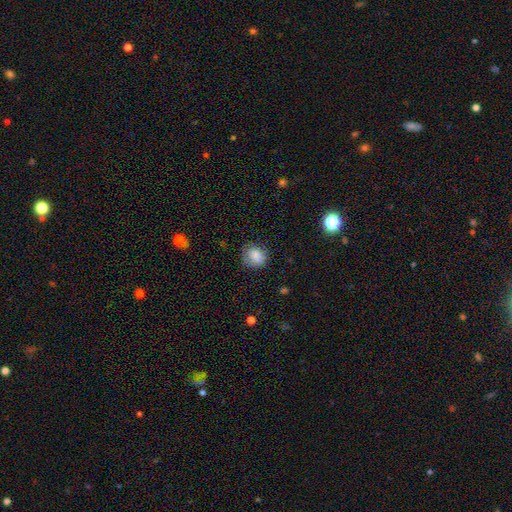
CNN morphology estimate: type=smooth (83%); roundness=round (65%); merging=none (68%).